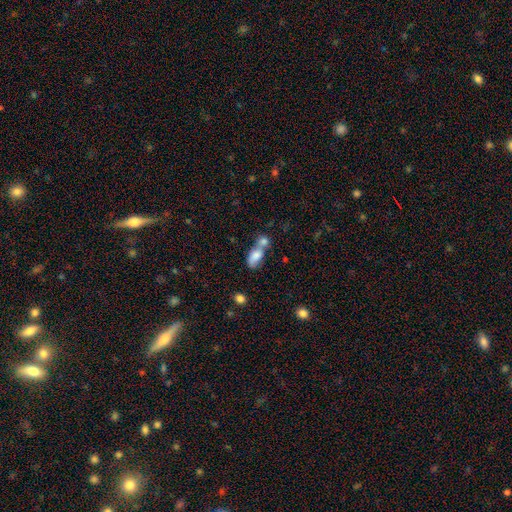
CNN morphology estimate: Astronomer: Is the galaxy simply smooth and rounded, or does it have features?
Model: smooth — 76%.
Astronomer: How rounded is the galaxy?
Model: in between — 84%.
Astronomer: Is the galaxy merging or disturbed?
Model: merger — 63%.